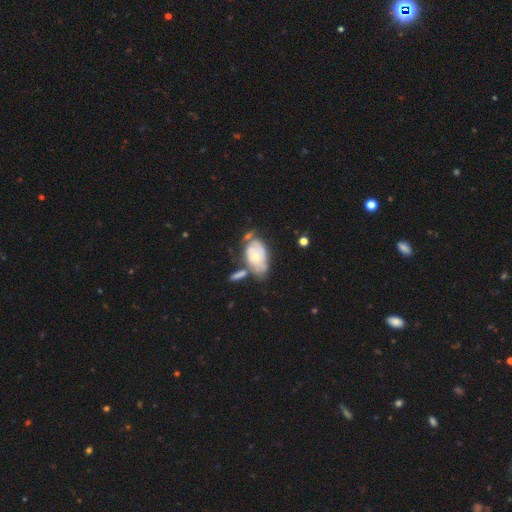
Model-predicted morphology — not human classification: The model was most divided on "bulge size": moderate: 50%, small: 45%, large: 3%, none: 1%, dominant: 1%. Remaining: edge-on disk — no (93%); bar — no (83%); smooth or featured — featured or disk (62%); spiral arms — yes (62%); merging — none (40%).